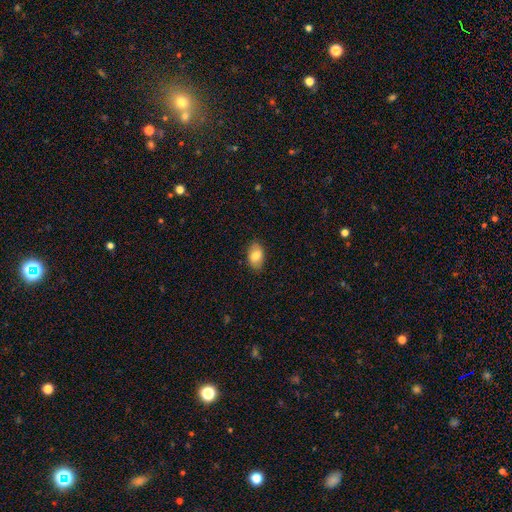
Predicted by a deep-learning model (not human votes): Smooth or featured: smooth — 77% (featured or disk — 16%)
How rounded: in between — 90% (round — 8%)
Merging: none — 86% (minor disturbance — 11%)